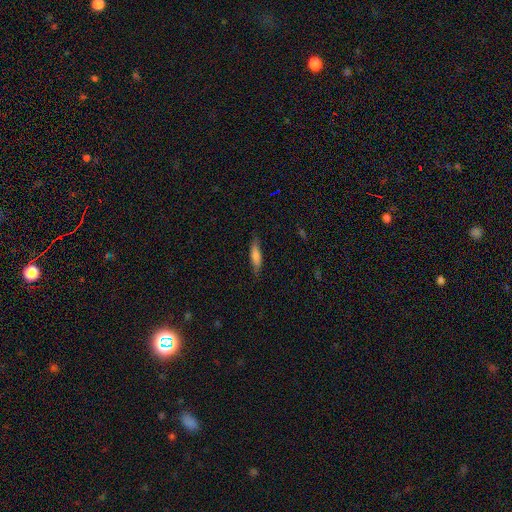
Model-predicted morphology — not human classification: Smooth or featured? smooth (70%)
How rounded? cigar-shaped (72%)
Merging? none (80%)